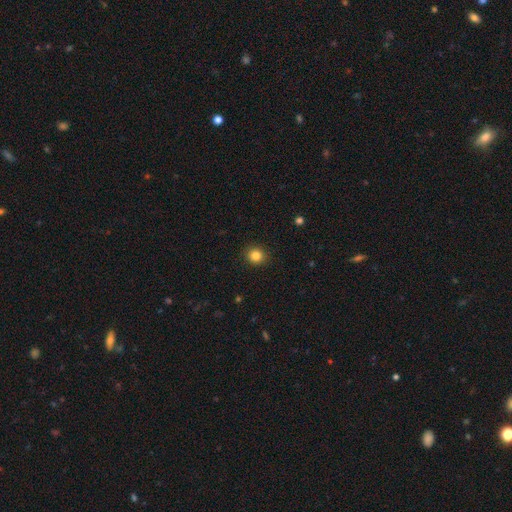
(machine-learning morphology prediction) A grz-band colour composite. It shows a smooth galaxy with no disk features (83%) that is round (88%). Merging: none (92%).